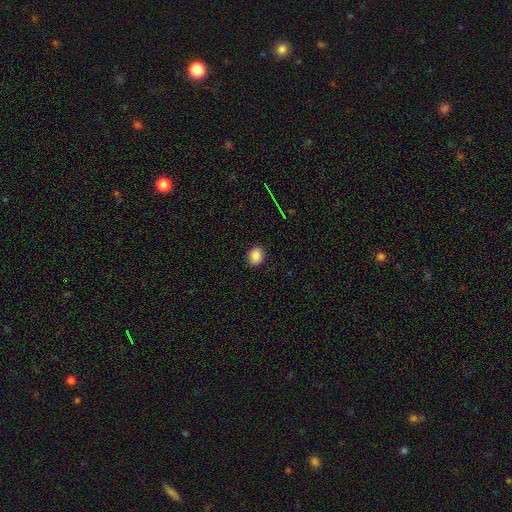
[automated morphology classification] smooth-or-featured: smooth: 87% | star or artifact: 10% | featured or disk: 3%
  how-rounded: round: 60% | in between: 39% | cigar-shaped: 1%
  merging: none: 89% | minor disturbance: 8% | major disturbance: 2% | merger: 1%